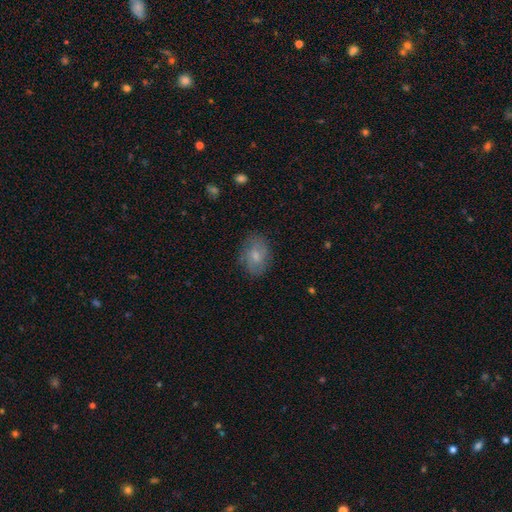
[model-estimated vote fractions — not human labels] Smooth or featured: smooth — 65% (featured or disk — 27%)
How rounded: in between — 75% (round — 24%)
Merging: none — 75% (minor disturbance — 18%)